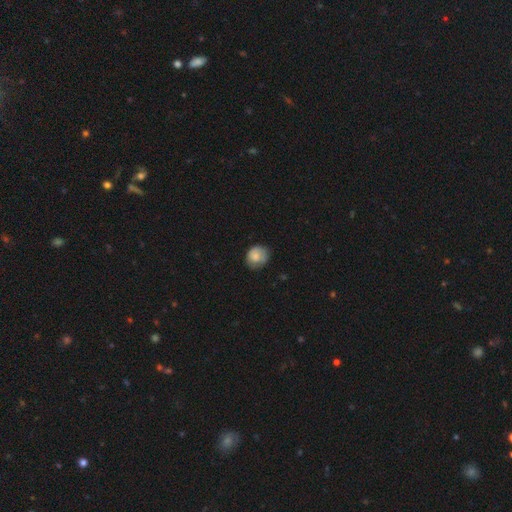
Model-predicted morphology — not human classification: Smooth or featured: smooth — 79% (featured or disk — 14%)
How rounded: round — 75% (in between — 24%)
Merging: none — 63% (minor disturbance — 27%)